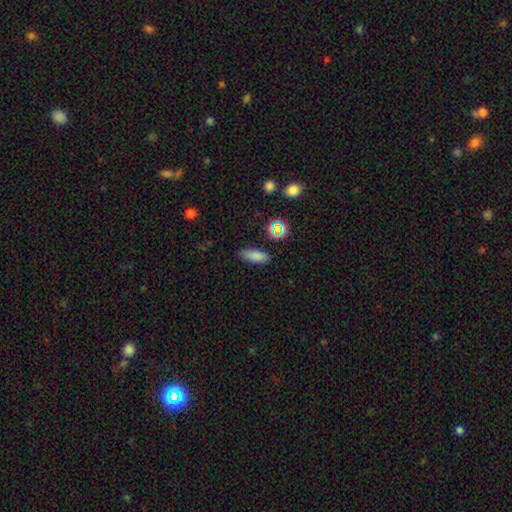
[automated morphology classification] smooth 79%, star or artifact 14%, featured or disk 7%. Down the decision tree: how rounded — in between (67%); merging — none (83%).